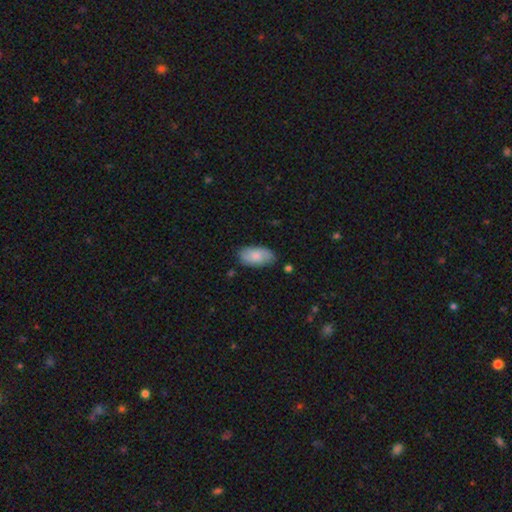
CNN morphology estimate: type=smooth (76%); roundness=in between (94%); merging=none (75%).